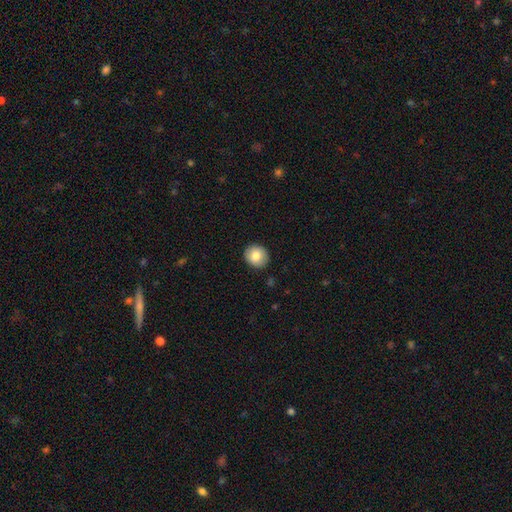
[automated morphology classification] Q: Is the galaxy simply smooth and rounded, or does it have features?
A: smooth — 81%.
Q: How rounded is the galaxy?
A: round — 81%.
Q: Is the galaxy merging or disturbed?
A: none — 89%.